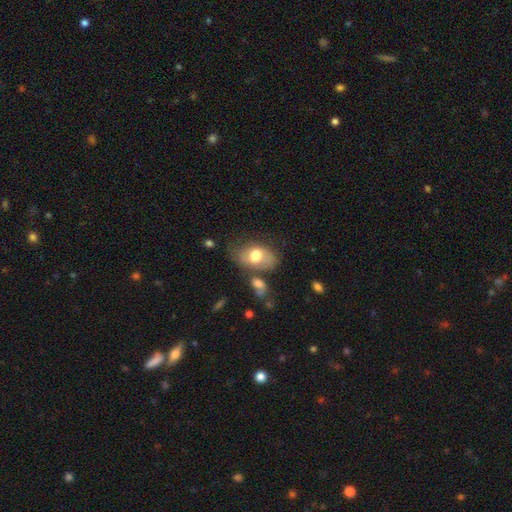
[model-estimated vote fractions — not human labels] Q: Smooth or featured?
A: smooth (66%); runner-up: featured or disk (26%)
Q: How rounded?
A: in between (83%); runner-up: round (16%)
Q: Merging?
A: none (49%); runner-up: minor disturbance (26%)